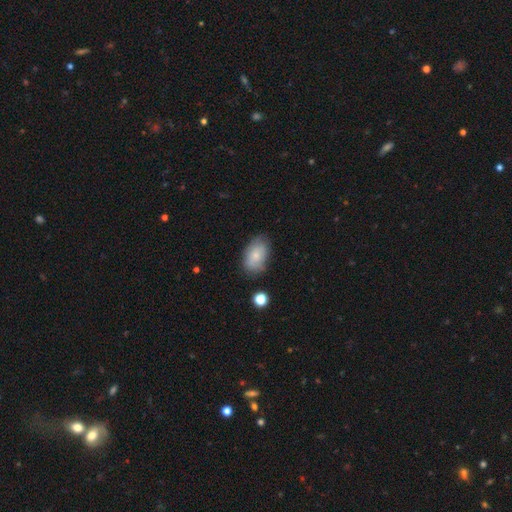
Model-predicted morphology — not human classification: Smooth or featured? Predicted: smooth (p=0.73). How rounded? Predicted: in between (p=0.90). Merging? Predicted: none (p=0.69).